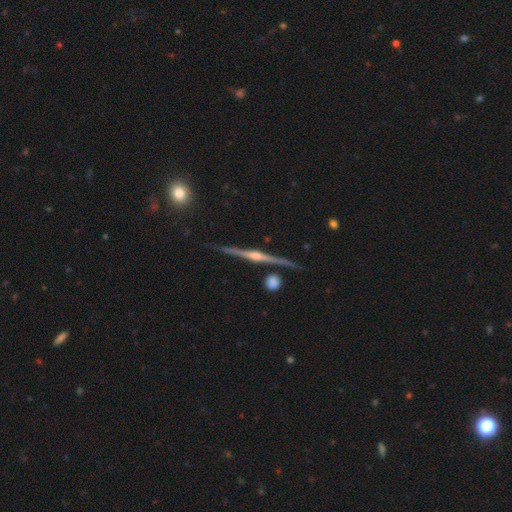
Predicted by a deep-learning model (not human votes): featured or disk 89%, smooth 6%, star or artifact 5%. Down the decision tree: edge-on disk — yes (98%); edge-on bulge — rounded (86%); merging — none (88%).